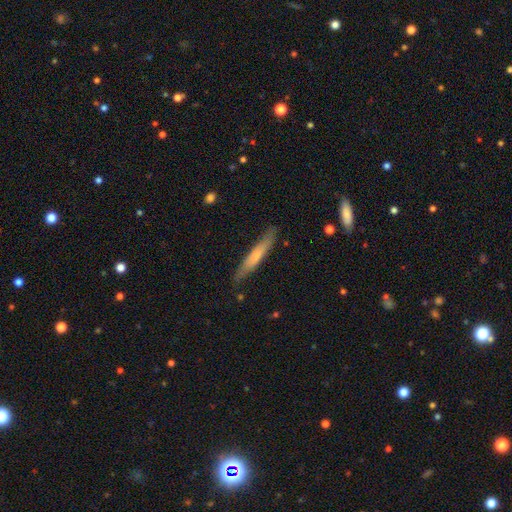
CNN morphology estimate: Smooth or featured? smooth (61%)
How rounded? cigar-shaped (93%)
Merging? none (82%)